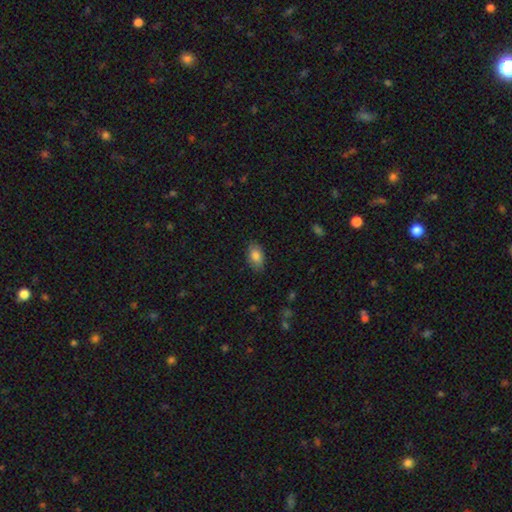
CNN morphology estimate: type=smooth (83%); roundness=in between (92%); merging=none (83%).